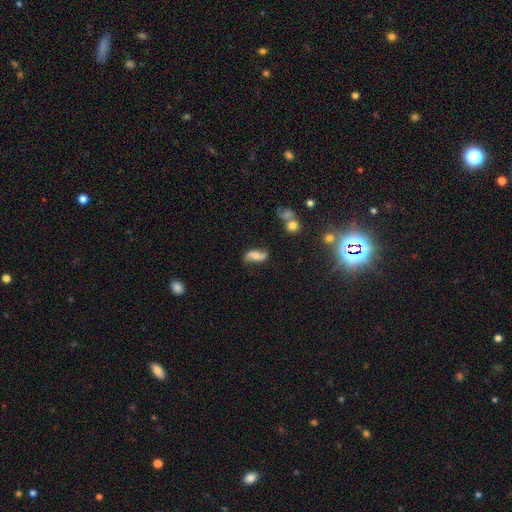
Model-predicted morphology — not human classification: A featured or disk galaxy (64%) with no bar (52%), 2 (92%) loose (79%) spiral arms (90%) and a moderate central bulge (53%).

Vote fractions:
- Smooth or featured? featured or disk: 64% / smooth: 27% / star or artifact: 9%
- Edge-on disk? no: 92% / yes: 8%
- Bar? no: 52% / weak: 30% / strong: 18%
- Spiral arms? yes: 90% / no: 10%
- Spiral winding? loose: 79% / medium: 15% / tight: 6%
- Spiral arm count? 2: 92% / can't tell: 3% / 1: 2% / 3: 1% / 4: 1% / more than 4: 1%
- Bulge size? moderate: 53% / small: 30% / large: 8% / none: 7% / dominant: 2%
- Merging? none: 72% / minor disturbance: 18% / major disturbance: 7% / merger: 3%